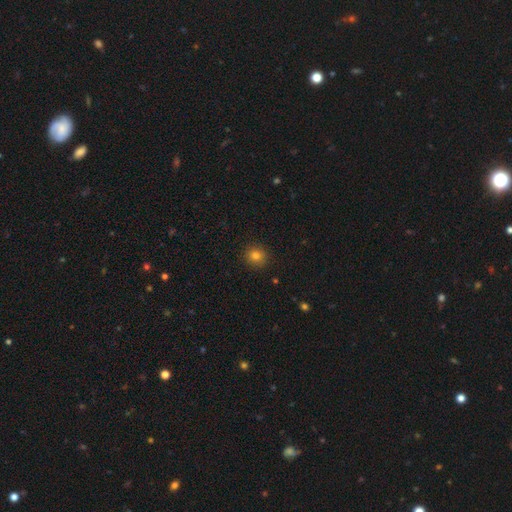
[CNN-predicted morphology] Smooth or featured? smooth (80%)
How rounded? round (89%)
Merging? none (91%)